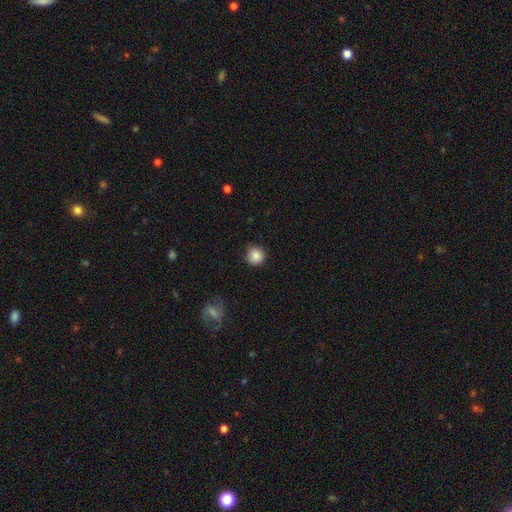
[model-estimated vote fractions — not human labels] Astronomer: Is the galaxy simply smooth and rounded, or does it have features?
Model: smooth — 86%.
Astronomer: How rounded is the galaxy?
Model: round — 94%.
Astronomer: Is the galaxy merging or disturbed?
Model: none — 88%.